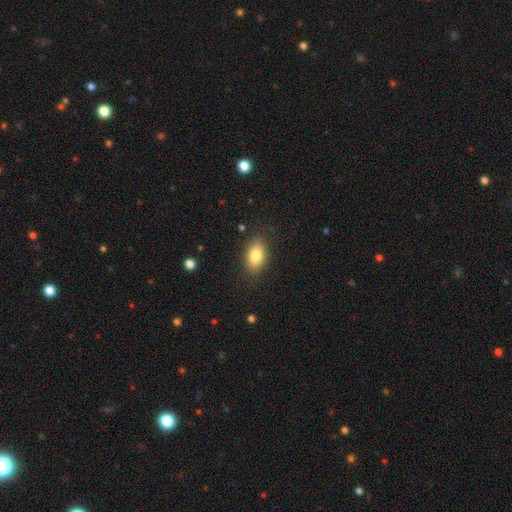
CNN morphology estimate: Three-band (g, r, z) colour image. It shows a smooth galaxy with no disk features (82%) that is in between round and cigar-shaped (89%). Merging: none (85%).